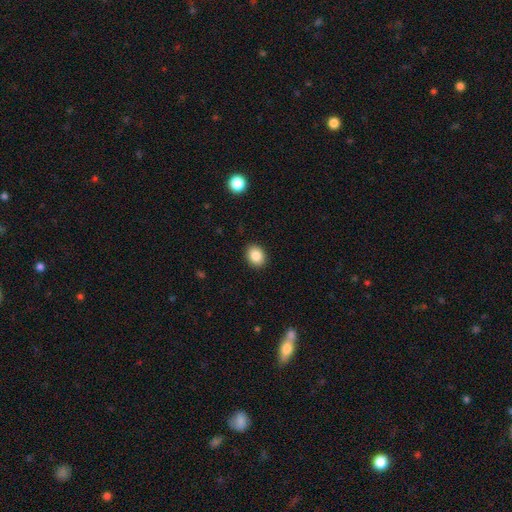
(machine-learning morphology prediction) The model was most divided on "how rounded": in between: 53%, round: 46%, cigar-shaped: 1%. More confident: merging — none (91%); smooth or featured — smooth (86%).